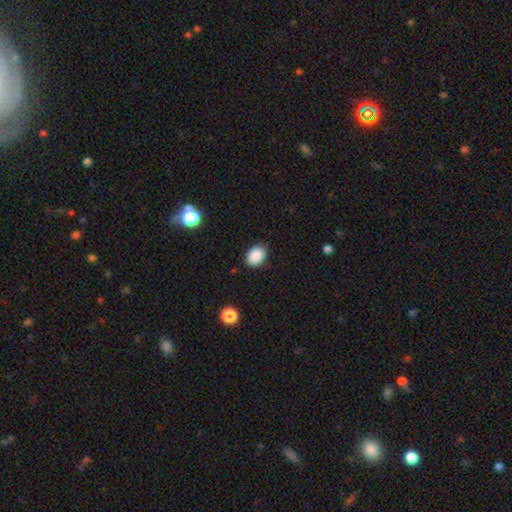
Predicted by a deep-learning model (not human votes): Smooth or featured? smooth (89%)
How rounded? in between (79%)
Merging? none (86%)